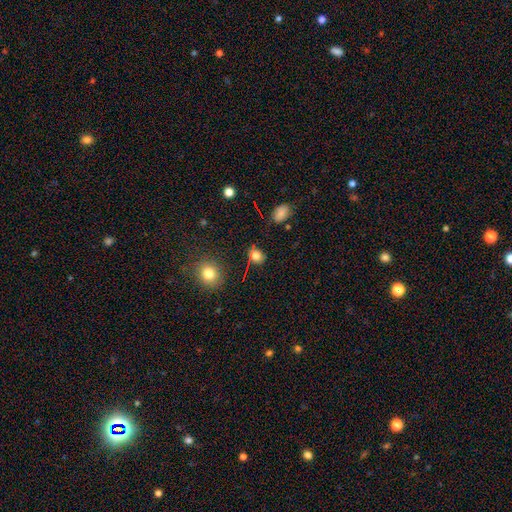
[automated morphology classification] smooth-or-featured: smooth: 74% | star or artifact: 16% | featured or disk: 9%
  how-rounded: round: 60% | in between: 38% | cigar-shaped: 2%
  merging: none: 72% | minor disturbance: 17% | major disturbance: 6% | merger: 5%